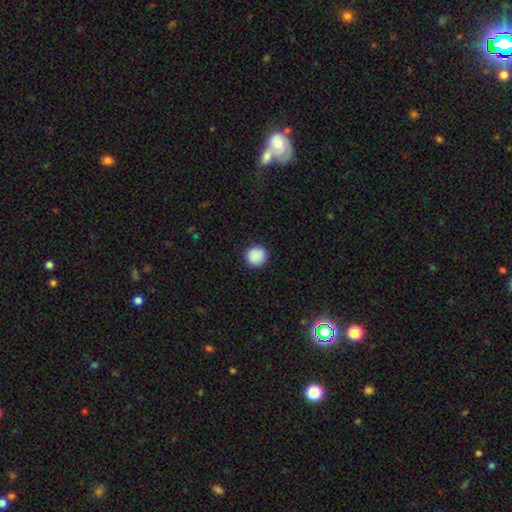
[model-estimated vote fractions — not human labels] smooth_or_featured: smooth (p=0.90) [alt: star or artifact p=0.08]
how_rounded: round (p=0.94) [alt: in between p=0.05]
merging: none (p=0.92) [alt: minor disturbance p=0.05]